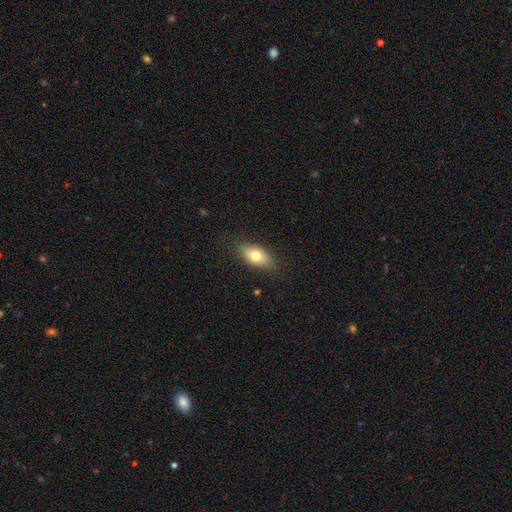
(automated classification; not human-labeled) Smooth or featured?
  - smooth: 75% *
  - featured or disk: 17%
  - star or artifact: 8%
How rounded?
  - in between: 87% *
  - cigar-shaped: 6%
  - round: 6%
Merging?
  - none: 83% *
  - minor disturbance: 13%
  - major disturbance: 3%
  - merger: 1%